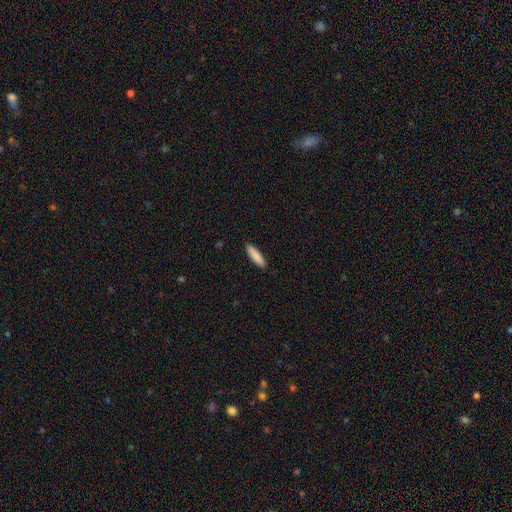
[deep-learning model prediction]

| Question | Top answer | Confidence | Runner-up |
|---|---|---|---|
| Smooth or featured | smooth | 87% | featured or disk (8%) |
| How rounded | cigar-shaped | 72% | in between (27%) |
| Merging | none | 91% | minor disturbance (7%) |